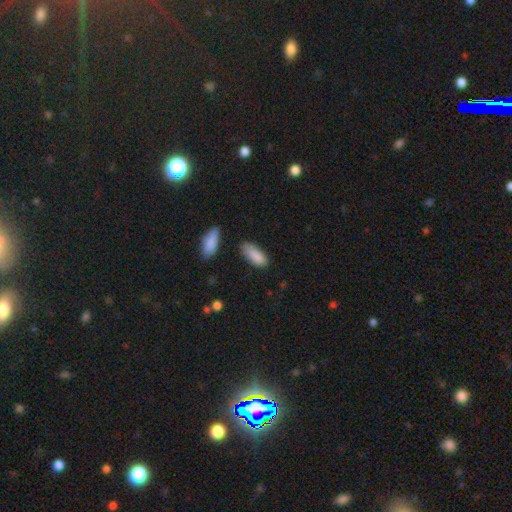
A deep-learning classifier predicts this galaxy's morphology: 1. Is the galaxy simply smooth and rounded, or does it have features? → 87% smooth, 7% star or artifact, 6% featured or disk.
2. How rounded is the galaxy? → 79% in between, 19% cigar-shaped, 2% round.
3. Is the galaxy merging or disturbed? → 67% none, 23% minor disturbance, 5% major disturbance, 5% merger.